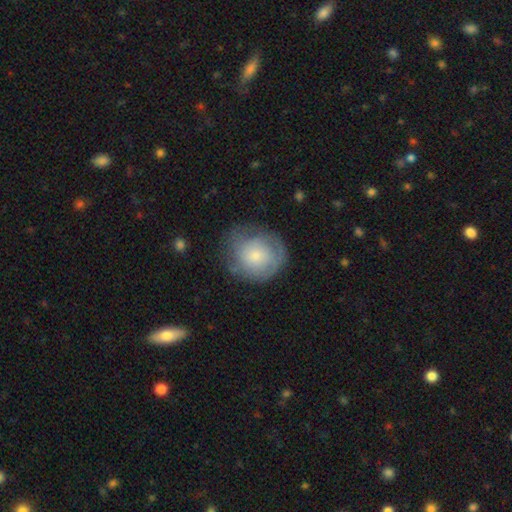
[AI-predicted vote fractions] This appears to be a smooth galaxy with no disk features (63%) that is round (83%). Merging: none (63%).